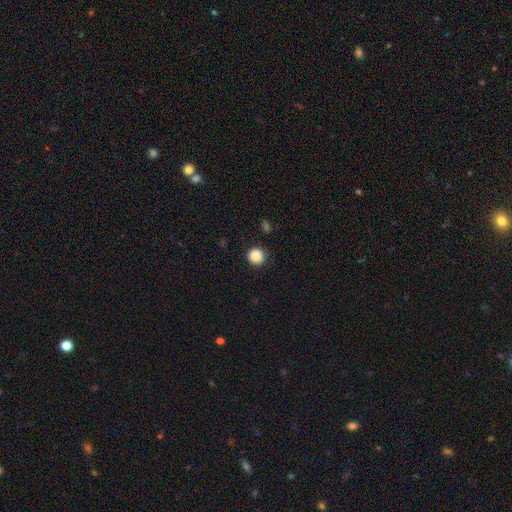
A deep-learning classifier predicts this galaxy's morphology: smooth-or-featured: smooth: 87% | star or artifact: 10% | featured or disk: 3%
  how-rounded: round: 93% | in between: 6% | cigar-shaped: 1%
  merging: none: 90% | minor disturbance: 7% | major disturbance: 2% | merger: 1%